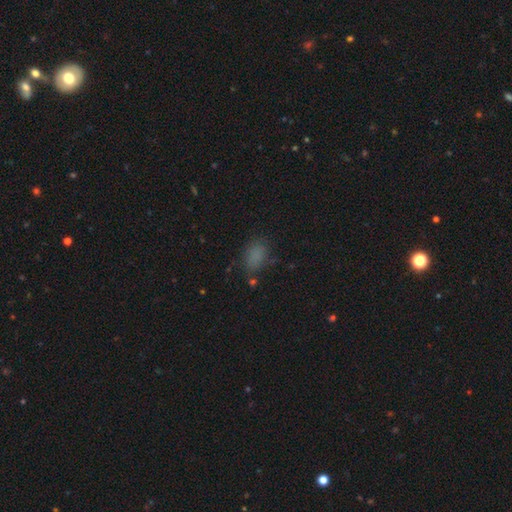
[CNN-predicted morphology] Overall: smooth (80%). How rounded: in between (82%). Merging: none (73%).